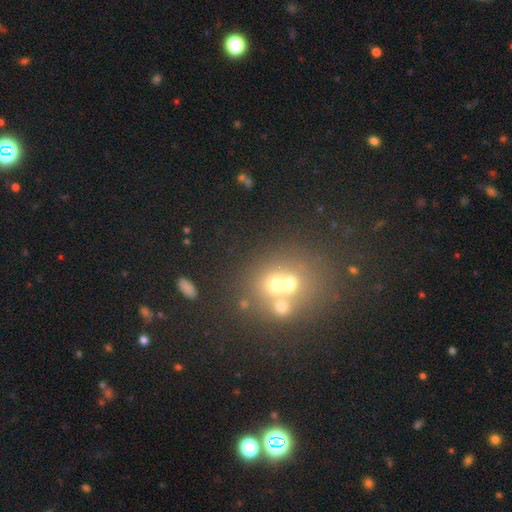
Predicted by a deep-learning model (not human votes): Overall: smooth (42%; star or artifact 40%). Merging: none (48%; merger 38%).